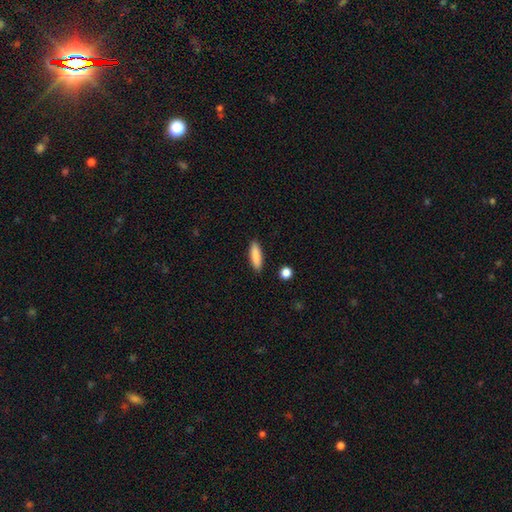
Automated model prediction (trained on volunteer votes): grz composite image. It shows a smooth galaxy with no disk features (87%) that is cigar-shaped (57%). Merging: none (89%).